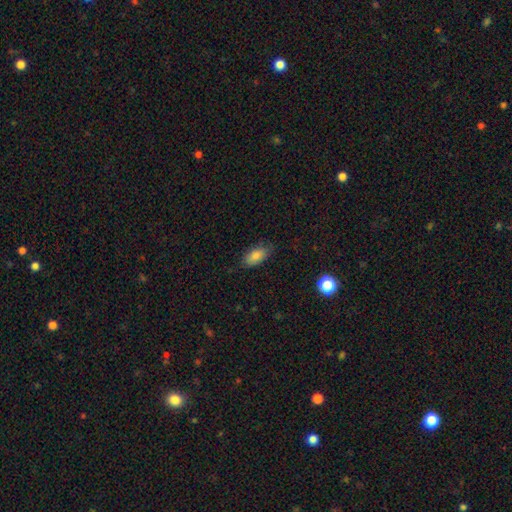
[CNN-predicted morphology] A smooth galaxy with no disk features (84%) that is in between round and cigar-shaped (91%). Merging: none (76%).